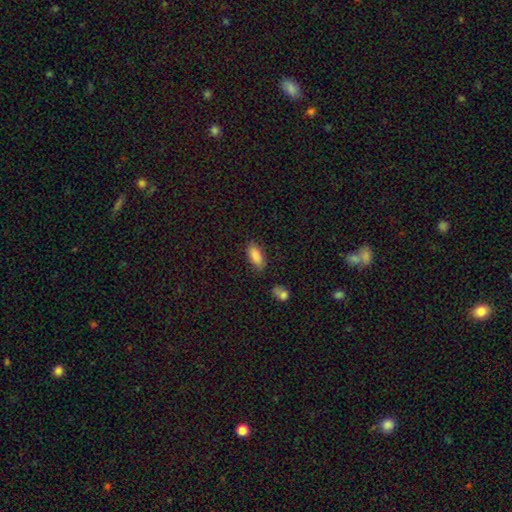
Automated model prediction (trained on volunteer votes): Smooth or featured: smooth — 87% (star or artifact — 8%)
How rounded: in between — 89% (cigar-shaped — 9%)
Merging: none — 79% (minor disturbance — 15%)